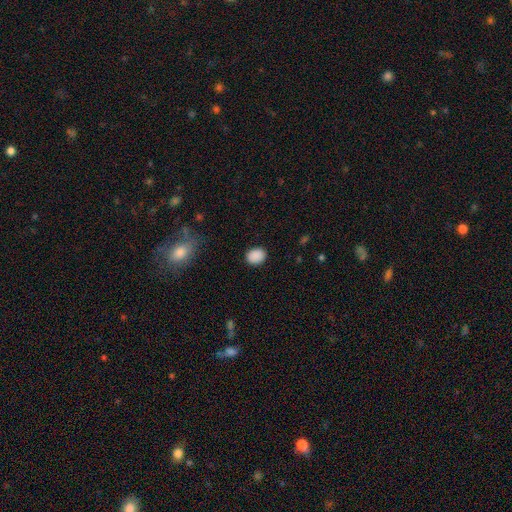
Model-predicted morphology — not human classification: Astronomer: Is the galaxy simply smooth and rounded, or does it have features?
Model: smooth — 89%.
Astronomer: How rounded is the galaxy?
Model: in between — 58% (runner-up: round, 41%).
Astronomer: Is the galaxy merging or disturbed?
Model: none — 87%.